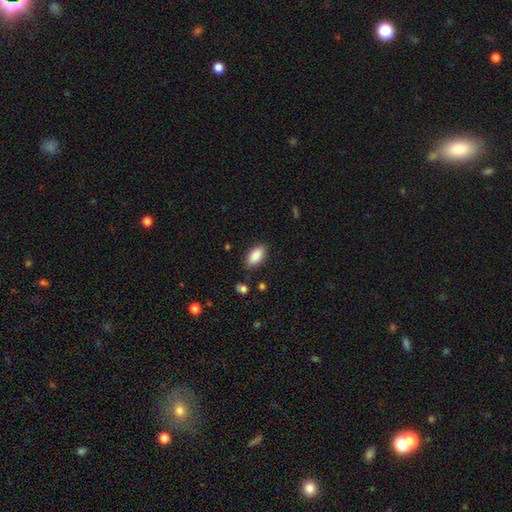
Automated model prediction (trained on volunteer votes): smooth-or-featured: smooth: 88% | star or artifact: 7% | featured or disk: 5%
  how-rounded: in between: 92% | cigar-shaped: 5% | round: 3%
  merging: none: 85% | minor disturbance: 11% | major disturbance: 3% | merger: 2%